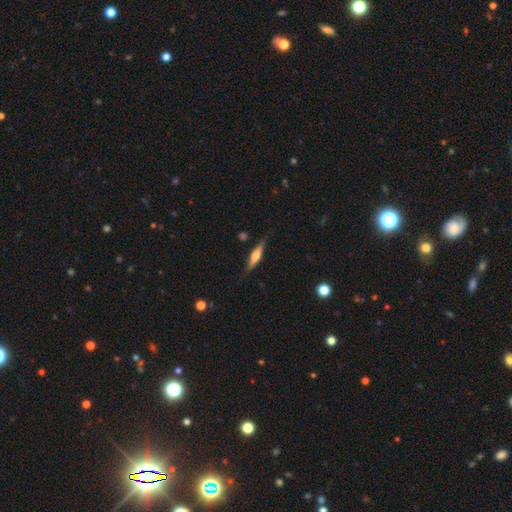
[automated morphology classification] type=featured or disk (55%); edge-on=yes (95%); edge-on bulge=rounded (82%); merging=none (82%).